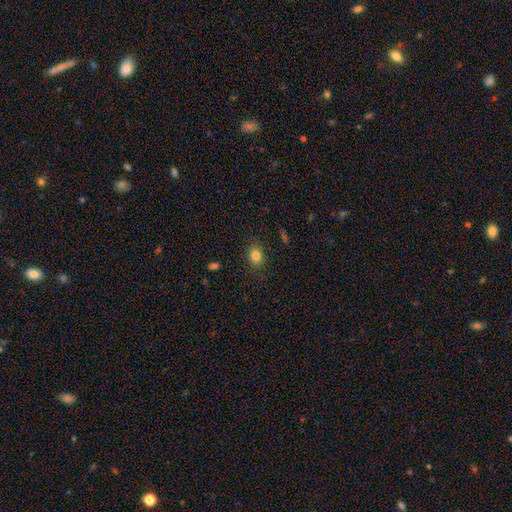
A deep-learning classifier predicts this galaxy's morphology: Smooth or featured? Predicted: smooth (p=0.83). How rounded? Predicted: in between (p=0.64). Merging? Predicted: none (p=0.82).